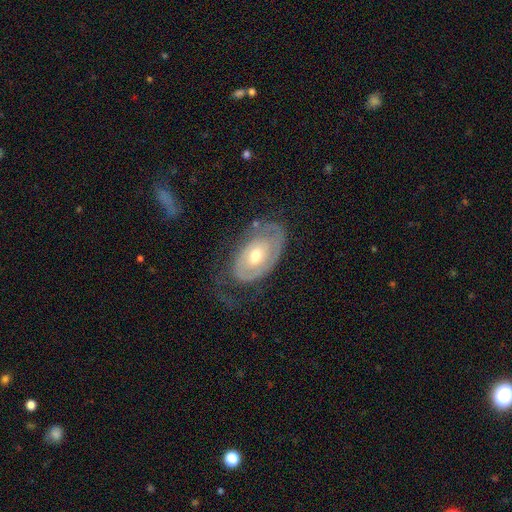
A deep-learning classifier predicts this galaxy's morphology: featured or disk 74%, smooth 21%, star or artifact 6%. Down the decision tree: edge-on disk — no (94%); bar — no (75%); spiral arms — yes (73%); spiral arm count — can't tell (35%); spiral winding — tight (66%); bulge size — moderate (65%); merging — none (54%).